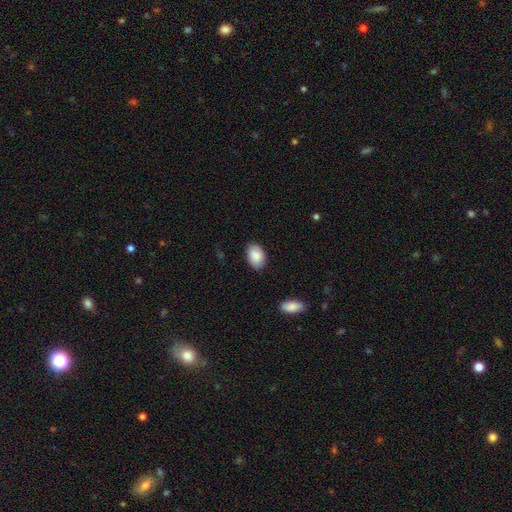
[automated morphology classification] A smooth galaxy with no disk features (88%) that is in between round and cigar-shaped (89%).

Vote fractions:
- Smooth or featured? smooth: 88% / star or artifact: 6% / featured or disk: 6%
- How rounded? in between: 89% / round: 10% / cigar-shaped: 1%
- Merging? none: 84% / minor disturbance: 13% / major disturbance: 2% / merger: 1%